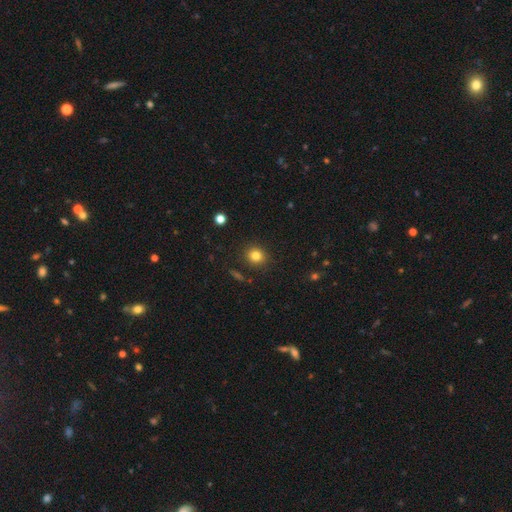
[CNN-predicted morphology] smooth_or_featured: smooth (p=0.81) [alt: star or artifact p=0.12]
how_rounded: round (p=0.85) [alt: in between p=0.14]
merging: none (p=0.89) [alt: minor disturbance p=0.07]